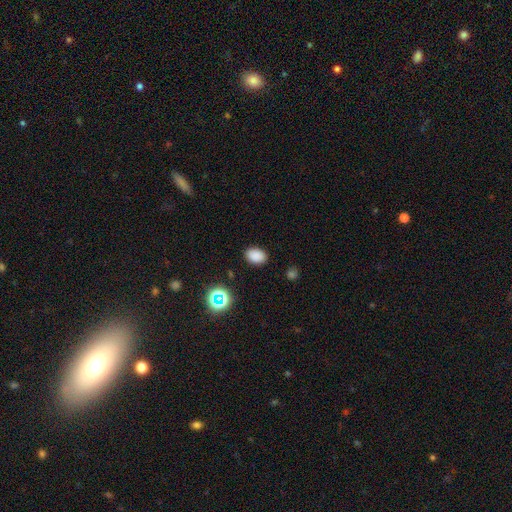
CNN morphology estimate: smooth 84%, star or artifact 12%, featured or disk 4%. Down the decision tree: how rounded — in between (81%); merging — none (87%).